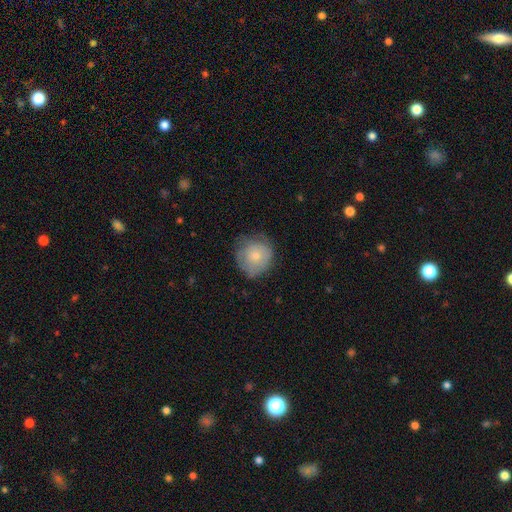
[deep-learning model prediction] smooth 71%, featured or disk 22%, star or artifact 7%. Down the decision tree: how rounded — round (86%); merging — none (62%).